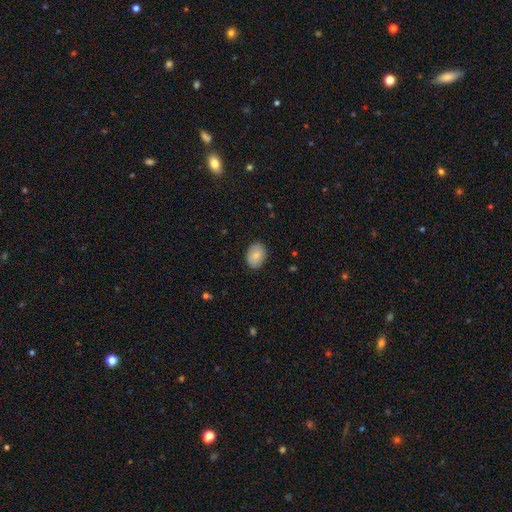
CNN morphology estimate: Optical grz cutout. It shows a smooth galaxy with no disk features (85%) that is in between round and cigar-shaped (75%). Merging: none (86%).